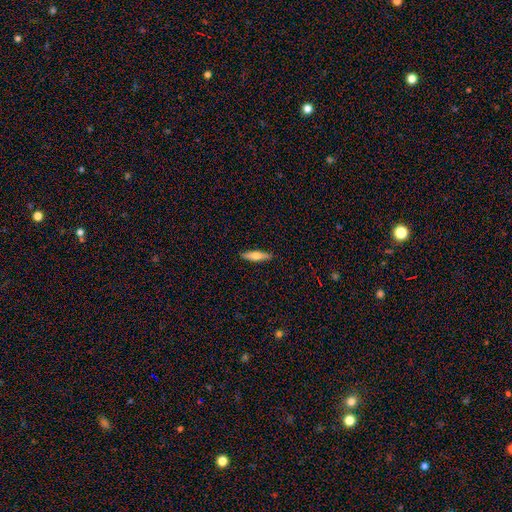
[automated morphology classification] type=smooth (56%); roundness=cigar-shaped (73%); merging=none (90%).